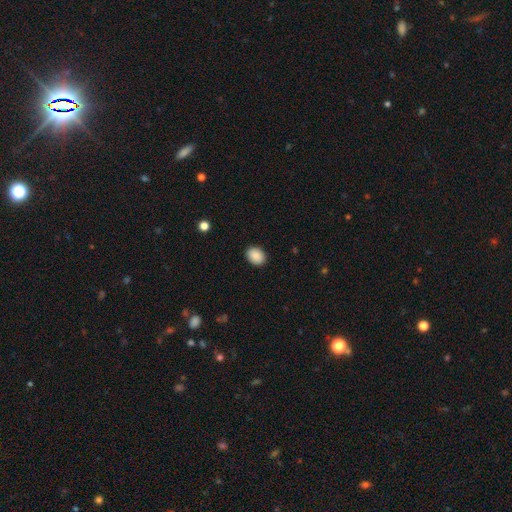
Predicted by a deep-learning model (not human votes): smooth 89%, star or artifact 8%, featured or disk 3%. Down the decision tree: how rounded — in between (57%); merging — none (90%).